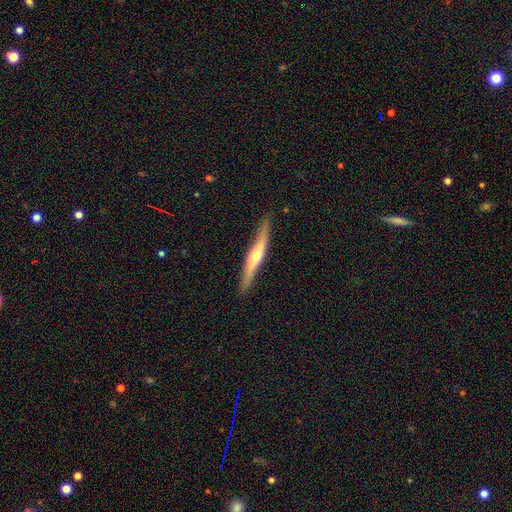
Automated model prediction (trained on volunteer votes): Overall: featured or disk (69%). Edge-on disk: yes (95%). Edge-on bulge: rounded (86%). Merging: none (87%).